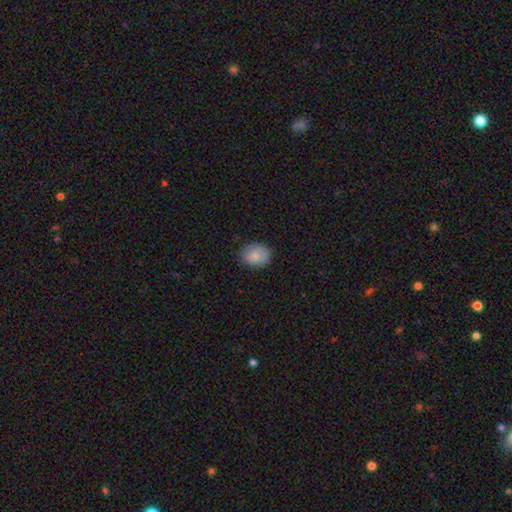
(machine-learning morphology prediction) Smooth or featured?
  - smooth: 85% *
  - star or artifact: 8%
  - featured or disk: 7%
How rounded?
  - in between: 58% *
  - round: 42%
  - cigar-shaped: 1%
Merging?
  - none: 81% *
  - minor disturbance: 15%
  - major disturbance: 3%
  - merger: 1%